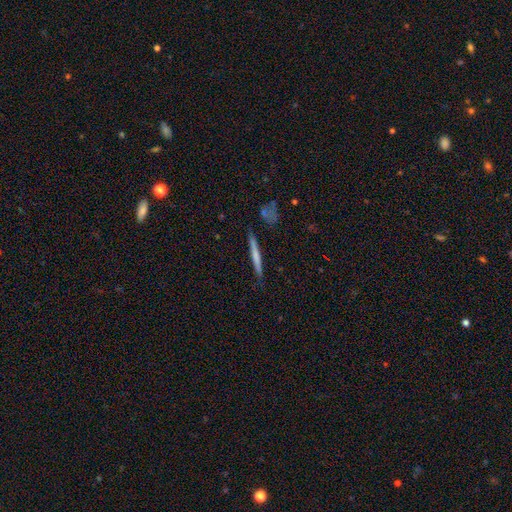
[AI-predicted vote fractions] Overall: smooth (59%; featured or disk 35%). How rounded: cigar-shaped (96%). Merging: none (86%).